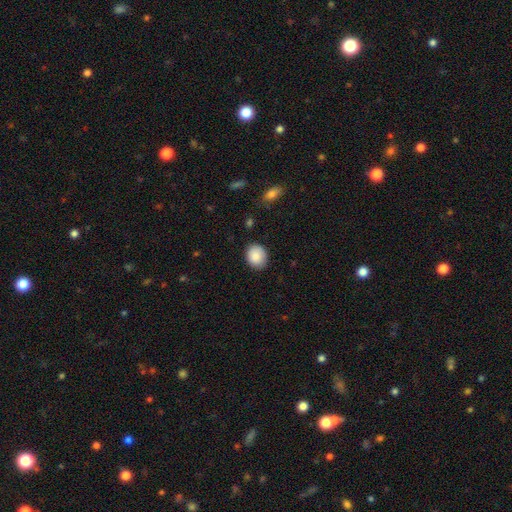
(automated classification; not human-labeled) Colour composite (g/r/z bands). It shows a smooth galaxy with no disk features (87%) that is round (55%). Merging: none (84%).